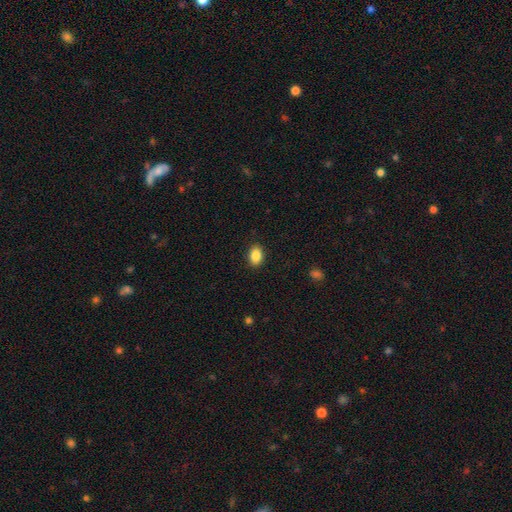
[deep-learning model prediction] Morphology: type=smooth (87%); roundness=in between (81%); merging=none (89%).